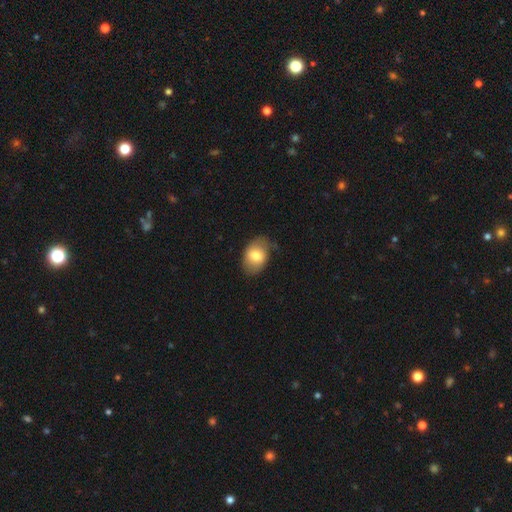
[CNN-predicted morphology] Q: Smooth or featured?
A: smooth (73%); runner-up: featured or disk (20%)
Q: How rounded?
A: in between (78%); runner-up: round (21%)
Q: Merging?
A: none (71%); runner-up: minor disturbance (22%)